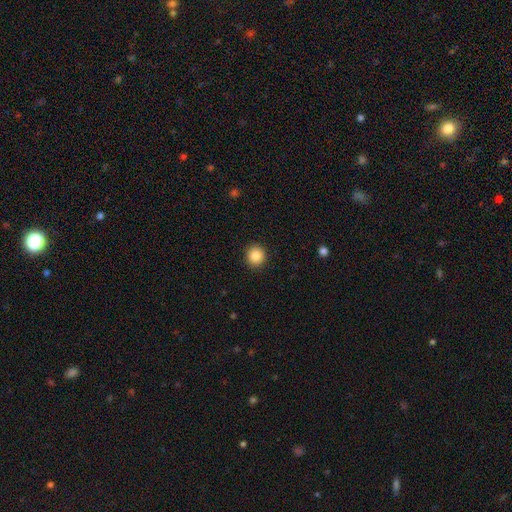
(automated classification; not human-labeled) This is clearly a smooth galaxy (86%). How rounded: clearly round (91%). Merging: clearly none (92%).